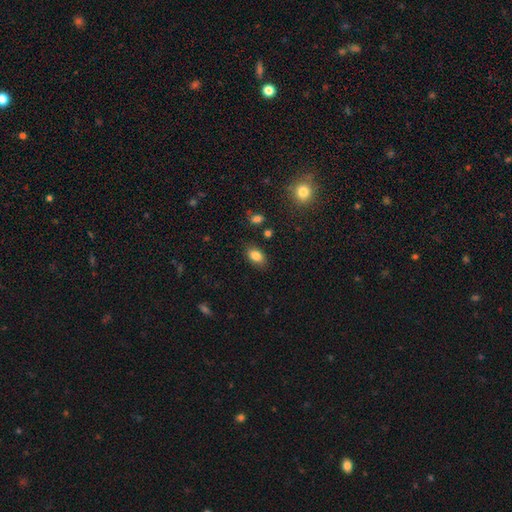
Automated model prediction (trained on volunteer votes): Smooth or featured?
  - smooth: 83% *
  - star or artifact: 9%
  - featured or disk: 7%
How rounded?
  - in between: 87% *
  - round: 11%
  - cigar-shaped: 2%
Merging?
  - none: 84% *
  - minor disturbance: 11%
  - major disturbance: 3%
  - merger: 2%